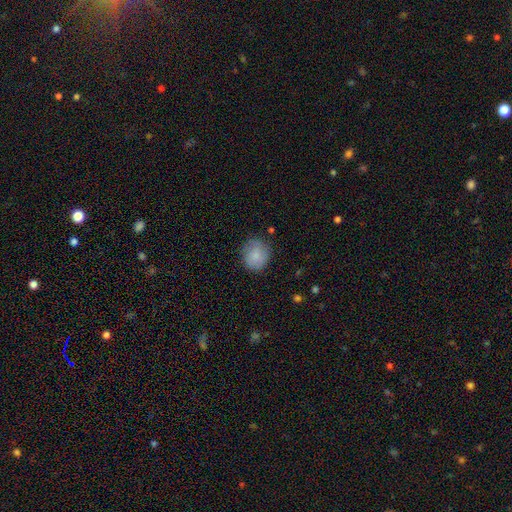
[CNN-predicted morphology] The model was most divided on "how rounded": round: 78%, in between: 21%, cigar-shaped: 1%. More confident: smooth or featured — smooth (83%); merging — none (78%).